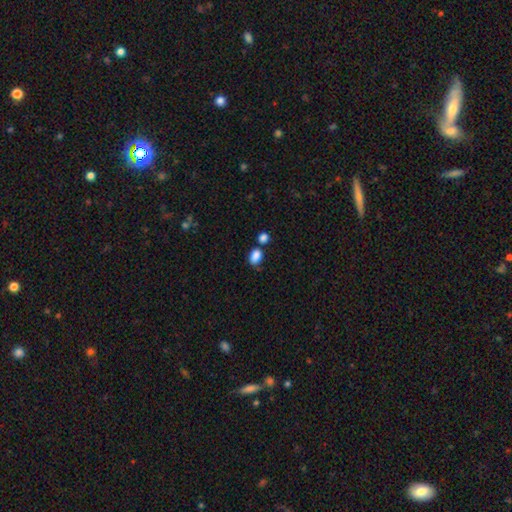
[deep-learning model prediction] This is clearly a smooth galaxy (86%). How rounded: clearly in between (81%). Merging: likely none (61%).